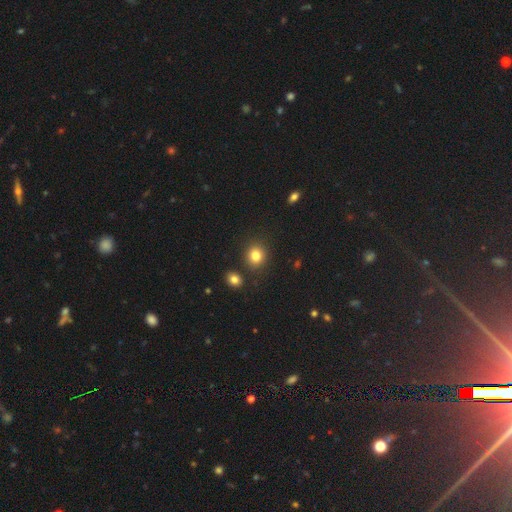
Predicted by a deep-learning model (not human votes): smooth_or_featured: smooth (p=0.82) [alt: star or artifact p=0.12]
how_rounded: round (p=0.81) [alt: in between p=0.19]
merging: none (p=0.85) [alt: minor disturbance p=0.07]